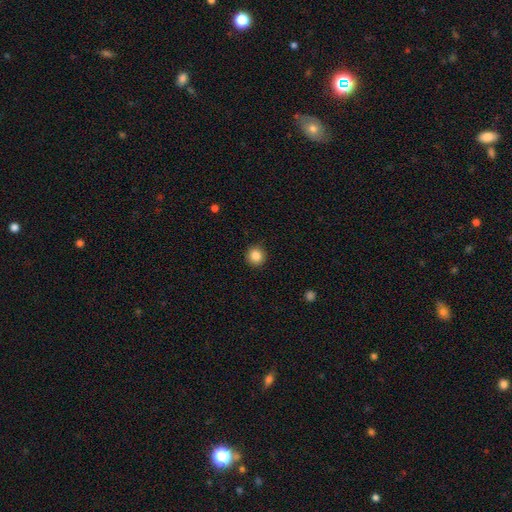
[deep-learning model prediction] smooth_or_featured: smooth (p=0.86) [alt: star or artifact p=0.10]
how_rounded: round (p=0.92) [alt: in between p=0.07]
merging: none (p=0.91) [alt: minor disturbance p=0.06]